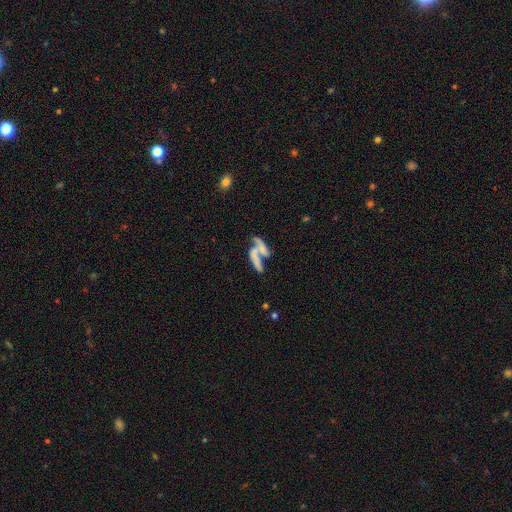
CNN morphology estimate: featured or disk 51%, smooth 38%, star or artifact 11%. Down the decision tree: edge-on disk — no (76%); merging — merger (59%).